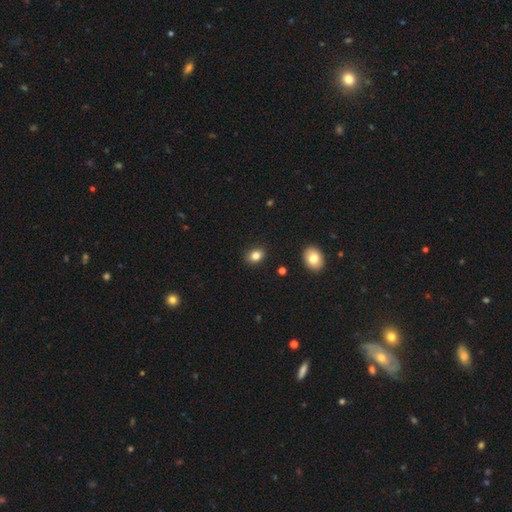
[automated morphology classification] Q: Smooth or featured?
A: smooth (83%); runner-up: star or artifact (11%)
Q: How rounded?
A: in between (56%); runner-up: round (42%)
Q: Merging?
A: none (89%); runner-up: minor disturbance (8%)